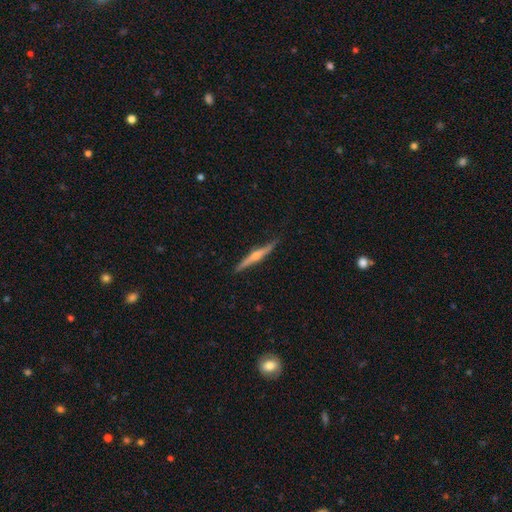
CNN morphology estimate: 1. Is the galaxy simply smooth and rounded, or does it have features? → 73% featured or disk, 22% smooth, 5% star or artifact.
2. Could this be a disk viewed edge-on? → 97% yes, 3% no.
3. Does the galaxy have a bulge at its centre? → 86% rounded, 8% none, 6% boxy.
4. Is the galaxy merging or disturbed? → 86% none, 11% minor disturbance, 2% major disturbance, 1% merger.